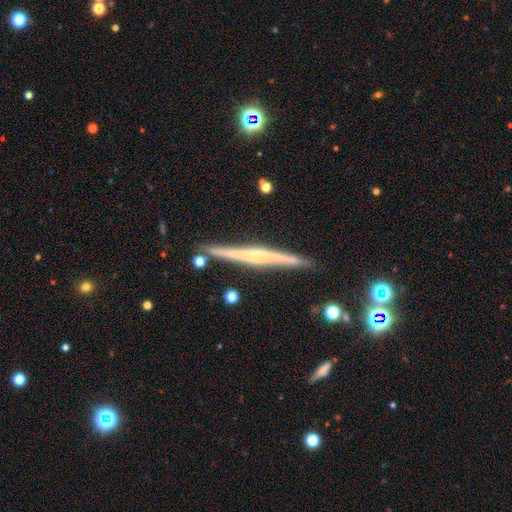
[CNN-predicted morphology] smooth-or-featured: featured or disk: 75% | smooth: 19% | star or artifact: 6%
  disk-edge-on: yes: 98% | no: 2%
    edge-on-bulge: rounded: 45% | none: 36% | boxy: 19%
  merging: none: 87% | minor disturbance: 9% | merger: 2% | major disturbance: 2%